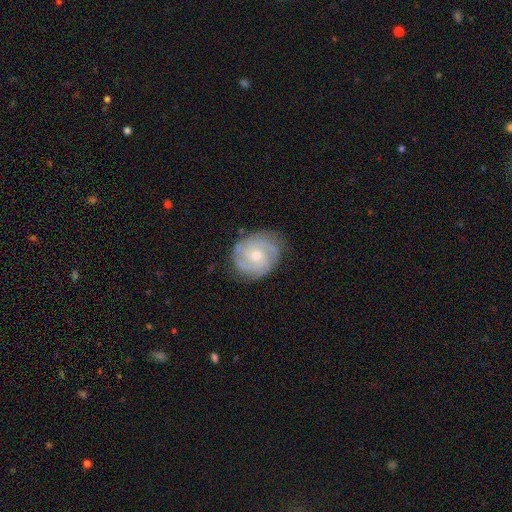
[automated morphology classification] Q: Smooth or featured?
A: featured or disk (84%); runner-up: smooth (11%)
Q: Edge-on disk?
A: no (98%); runner-up: yes (2%)
Q: Bar?
A: no (66%); runner-up: weak (30%)
Q: Spiral arms?
A: yes (97%); runner-up: no (3%)
Q: Spiral winding?
A: tight (71%); runner-up: medium (25%)
Q: Spiral arm count?
A: 3 (36%); runner-up: 2 (28%)
Q: Bulge size?
A: moderate (56%); runner-up: small (40%)
Q: Merging?
A: none (79%); runner-up: minor disturbance (16%)